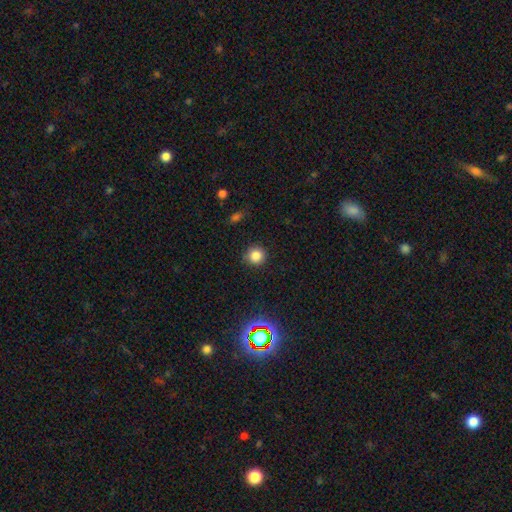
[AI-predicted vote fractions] Morphology: type=smooth (81%); roundness=round (94%); merging=none (87%).